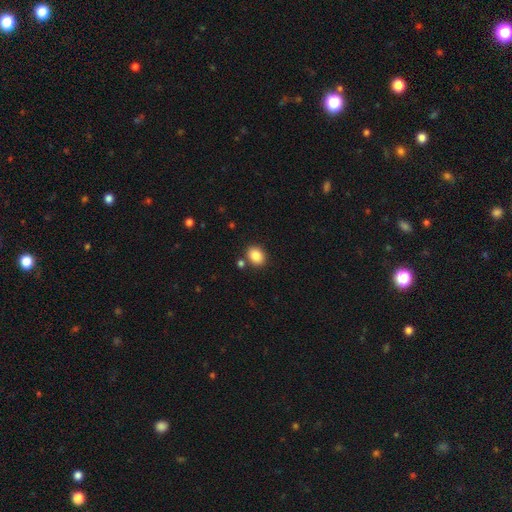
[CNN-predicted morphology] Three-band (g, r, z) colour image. It shows a smooth galaxy with no disk features (88%) that is in between round and cigar-shaped (60%). Merging: none (81%).